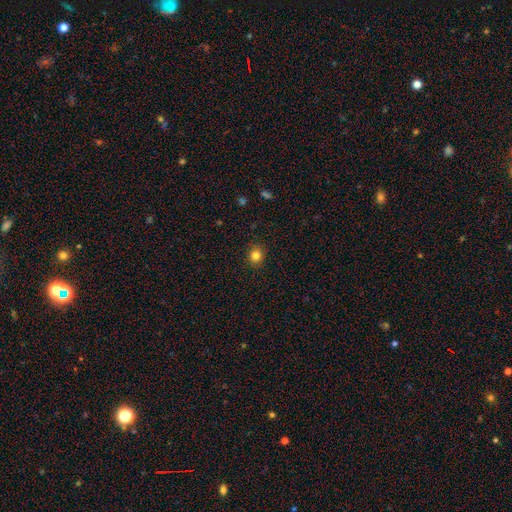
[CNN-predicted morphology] Smooth or featured? smooth (82%)
How rounded? round (78%)
Merging? none (89%)